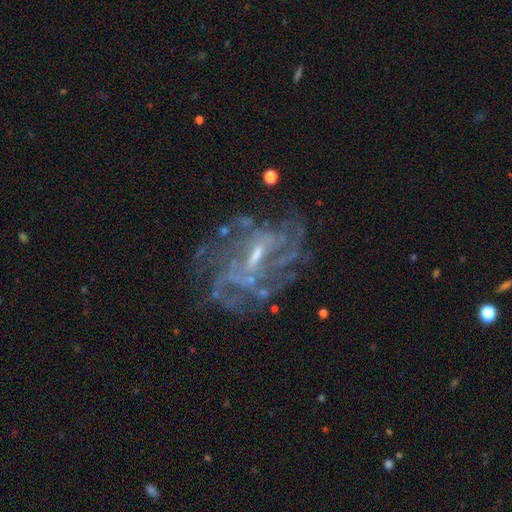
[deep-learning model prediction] Morphology: type=featured or disk (84%); edge-on=no (96%); bar=weak (53%); spiral arms=yes (82%); winding=medium (41%); arm count=can't tell (44%); bulge=small (49%); merging=none (57%).